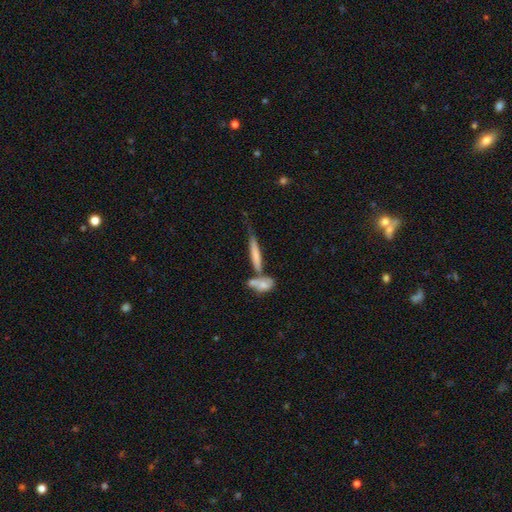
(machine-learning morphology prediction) Smooth or featured?
  - smooth: 48% *
  - featured or disk: 42%
  - star or artifact: 10%
Merging?
  - merger: 41% *
  - none: 38%
  - minor disturbance: 14%
  - major disturbance: 8%